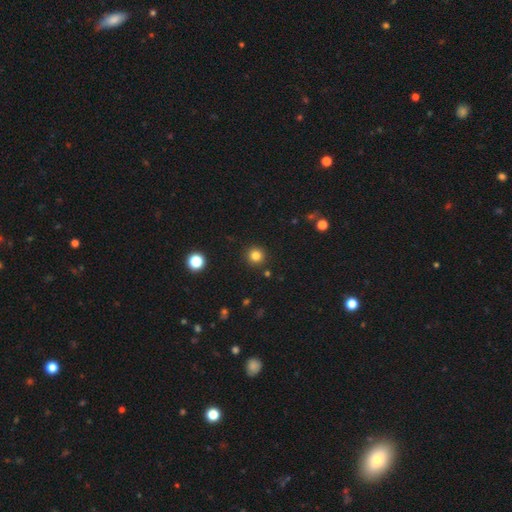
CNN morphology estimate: The model was most divided on "smooth or featured": smooth: 81%, star or artifact: 14%, featured or disk: 5%. More confident: how rounded — round (95%); merging — none (91%).